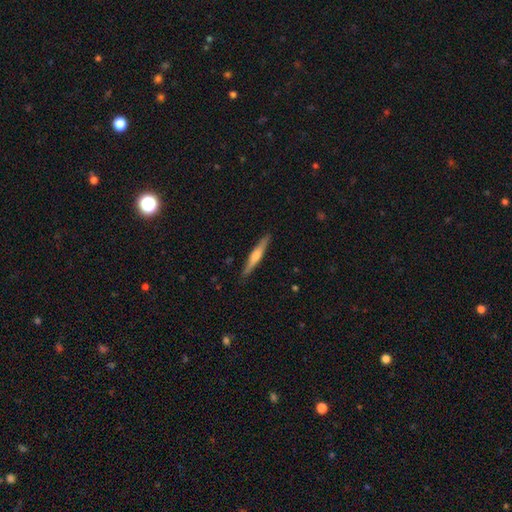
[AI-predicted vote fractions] Q: Smooth or featured?
A: featured or disk (61%); runner-up: smooth (33%)
Q: Edge-on disk?
A: yes (97%); runner-up: no (3%)
Q: Edge-on bulge?
A: rounded (77%); runner-up: boxy (12%)
Q: Merging?
A: none (90%); runner-up: minor disturbance (7%)